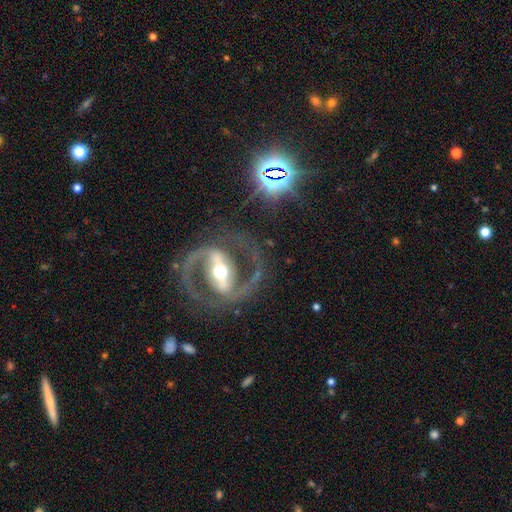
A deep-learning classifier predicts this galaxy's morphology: type=featured or disk (91%); edge-on=no (97%); bar=strong (66%); spiral arms=yes (97%); winding=medium (63%); arm count=2 (94%); bulge=moderate (61%); merging=none (80%).